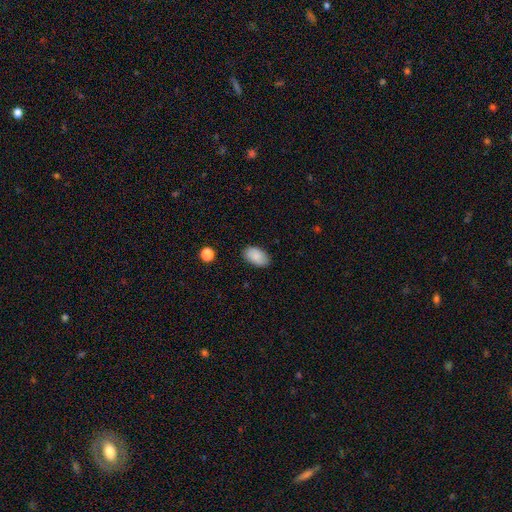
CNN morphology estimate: type=smooth (88%); roundness=in between (93%); merging=none (85%).